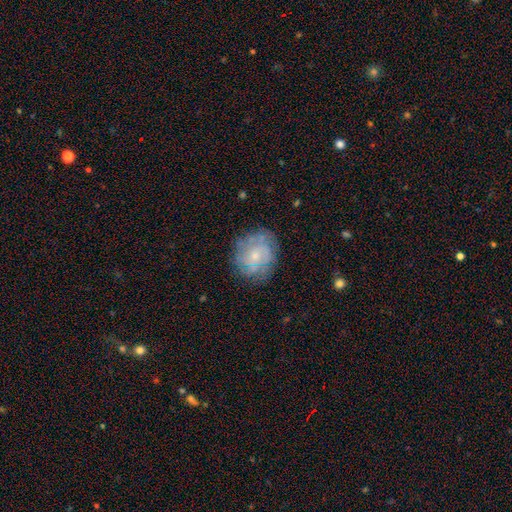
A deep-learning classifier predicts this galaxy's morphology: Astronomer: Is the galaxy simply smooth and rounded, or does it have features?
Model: featured or disk — 57% (runner-up: smooth, 35%).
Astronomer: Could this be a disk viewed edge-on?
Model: no — 97%.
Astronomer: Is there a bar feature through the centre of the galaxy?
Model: no — 77%.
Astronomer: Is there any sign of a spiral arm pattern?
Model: yes — 67%.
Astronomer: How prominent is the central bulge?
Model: small — 60%.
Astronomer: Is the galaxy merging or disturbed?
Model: none — 72%.